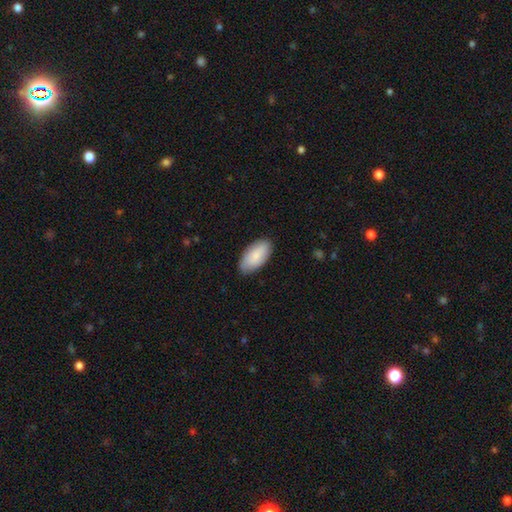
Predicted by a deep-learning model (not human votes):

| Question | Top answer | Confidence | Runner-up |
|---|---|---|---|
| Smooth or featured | smooth | 85% | featured or disk (10%) |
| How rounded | in between | 94% | cigar-shaped (4%) |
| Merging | none | 82% | minor disturbance (14%) |